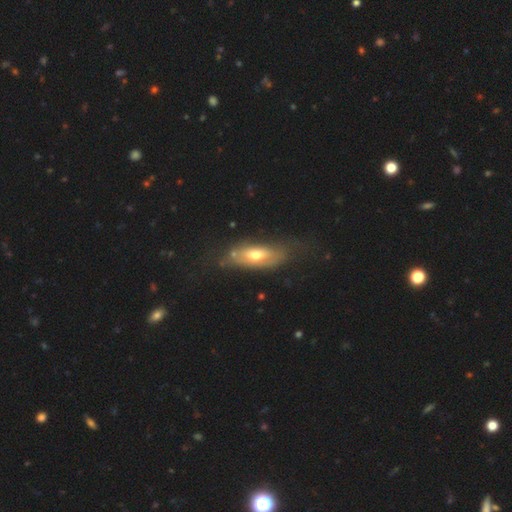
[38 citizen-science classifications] Q: Smooth or featured?
A: featured or disk (50%); runner-up: smooth (47%)
Q: Edge-on disk?
A: no (68%); runner-up: yes (32%)
Q: Bar?
A: no (85%); runner-up: weak (15%)
Q: Spiral arms?
A: no (85%); runner-up: yes (15%)
Q: Bulge size?
A: moderate (92%); runner-up: small (8%)
Q: Merging?
A: none (70%); runner-up: minor disturbance (22%)